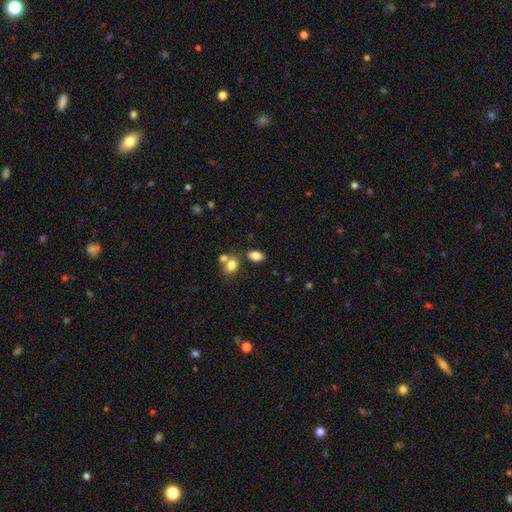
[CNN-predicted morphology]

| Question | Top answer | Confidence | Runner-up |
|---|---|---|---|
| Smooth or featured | smooth | 83% | star or artifact (9%) |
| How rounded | in between | 89% | round (8%) |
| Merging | none | 71% | merger (14%) |